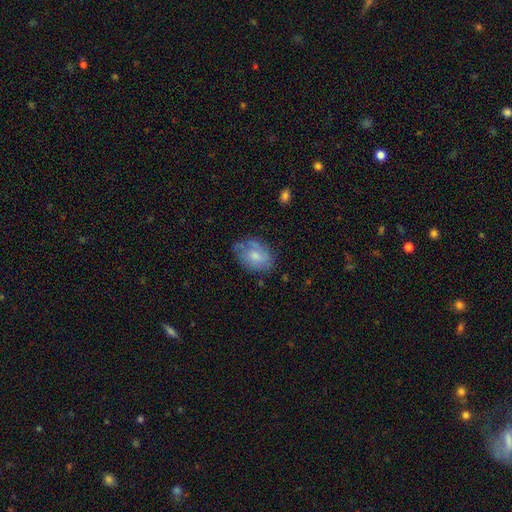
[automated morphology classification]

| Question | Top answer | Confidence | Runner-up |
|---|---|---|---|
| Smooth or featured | smooth | 54% | featured or disk (38%) |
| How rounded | in between | 71% | round (28%) |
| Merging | none | 58% | minor disturbance (28%) |